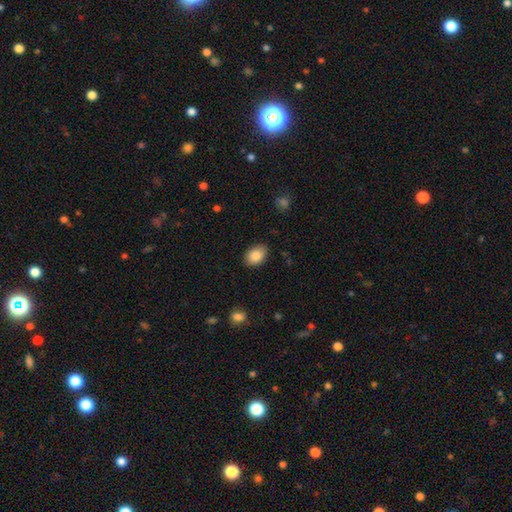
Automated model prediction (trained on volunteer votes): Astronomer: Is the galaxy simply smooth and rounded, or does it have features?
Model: smooth — 88%.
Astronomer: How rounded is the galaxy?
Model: in between — 79%.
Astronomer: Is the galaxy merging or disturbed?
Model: none — 84%.